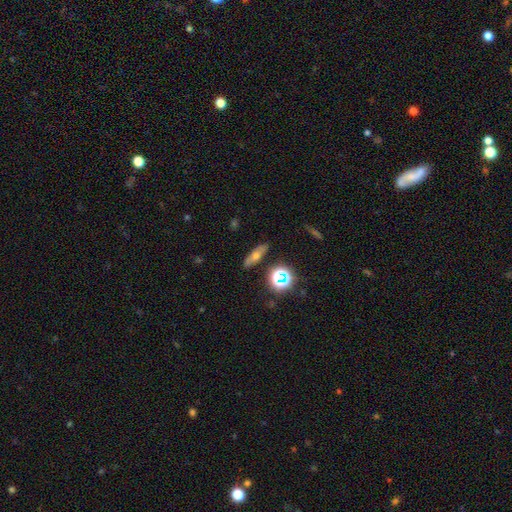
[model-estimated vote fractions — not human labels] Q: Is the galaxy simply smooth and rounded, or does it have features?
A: smooth — 42%.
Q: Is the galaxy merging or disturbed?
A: none — 86%.